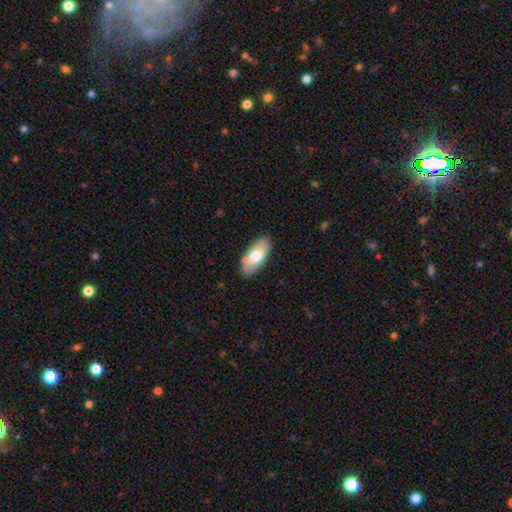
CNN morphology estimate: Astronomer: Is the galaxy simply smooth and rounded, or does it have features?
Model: smooth — 70%.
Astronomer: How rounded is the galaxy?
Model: in between — 90%.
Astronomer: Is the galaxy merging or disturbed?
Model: none — 80%.